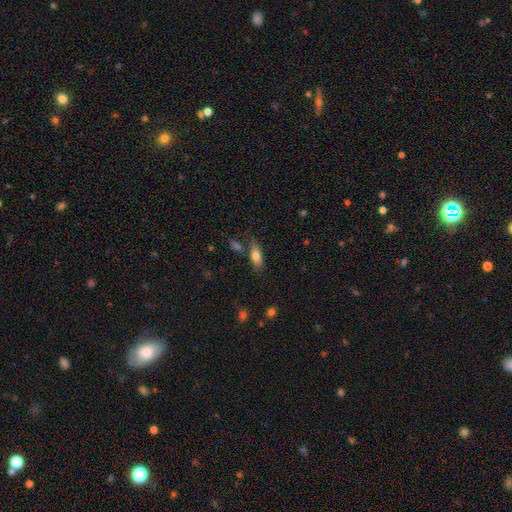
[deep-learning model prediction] Q: Smooth or featured?
A: smooth (78%); runner-up: featured or disk (14%)
Q: How rounded?
A: in between (77%); runner-up: cigar-shaped (20%)
Q: Merging?
A: none (66%); runner-up: minor disturbance (17%)